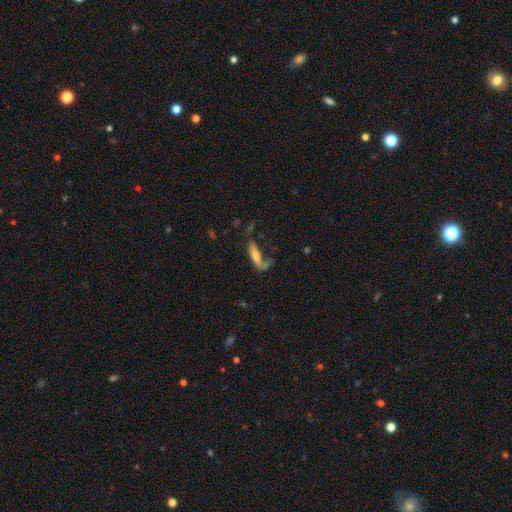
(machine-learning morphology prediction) A smooth galaxy with no disk features (66%) that is cigar-shaped (69%). Merging: none (44%).